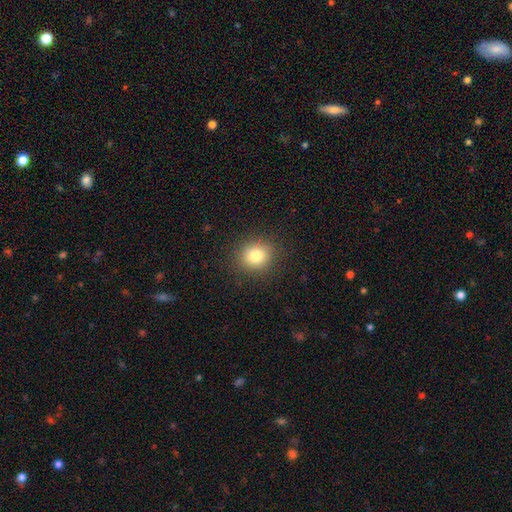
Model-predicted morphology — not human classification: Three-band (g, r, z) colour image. It shows a smooth galaxy with no disk features (80%) that is round (77%). Merging: none (88%).